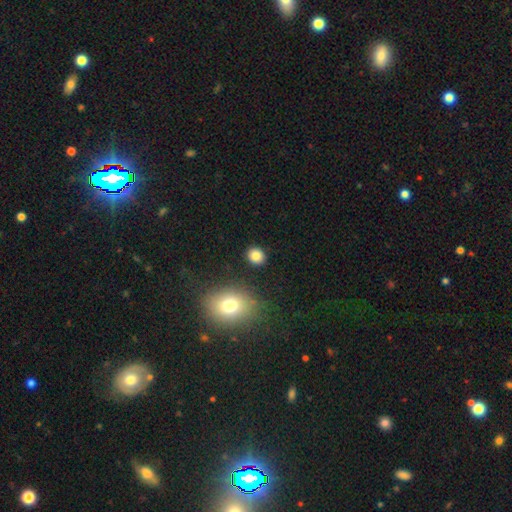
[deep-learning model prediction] Smooth or featured?
  - smooth: 84% *
  - star or artifact: 11%
  - featured or disk: 6%
How rounded?
  - round: 75% *
  - in between: 24%
  - cigar-shaped: 1%
Merging?
  - none: 88% *
  - minor disturbance: 7%
  - merger: 3%
  - major disturbance: 2%